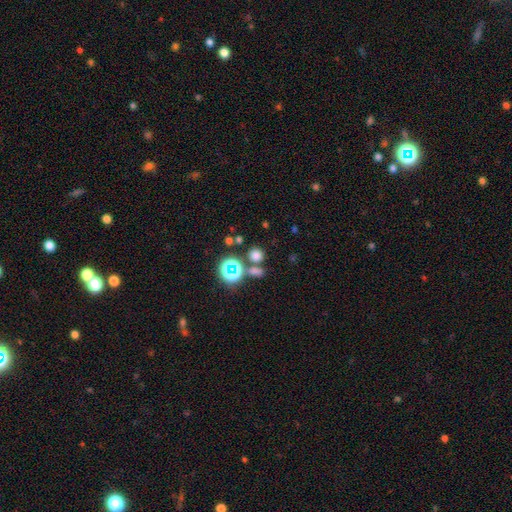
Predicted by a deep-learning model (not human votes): The model was most divided on "smooth or featured": smooth: 68%, star or artifact: 25%, featured or disk: 7%. More confident: how rounded — round (84%); merging — none (69%).